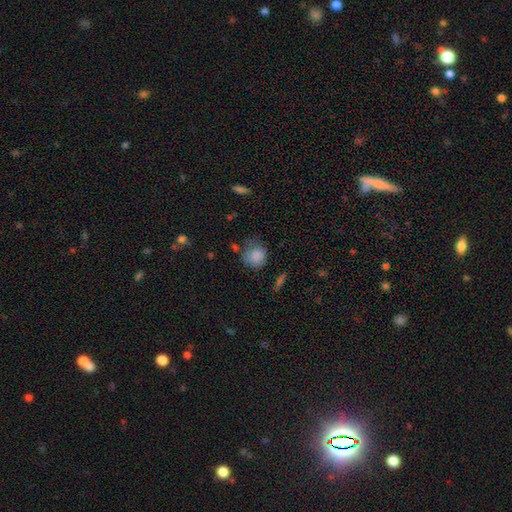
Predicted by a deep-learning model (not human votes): Morphology: type=smooth (82%); roundness=round (79%); merging=none (52%).